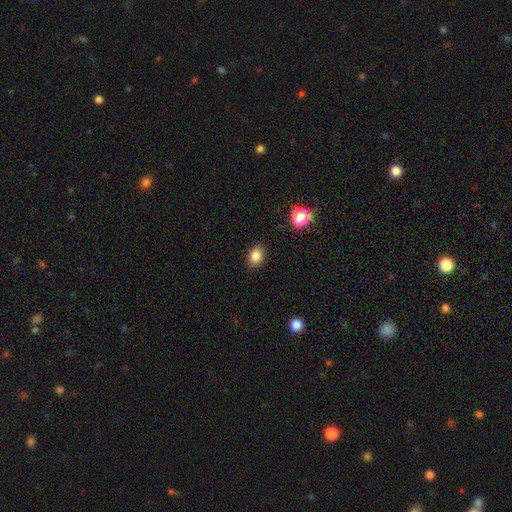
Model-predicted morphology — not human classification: smooth 84%, star or artifact 11%, featured or disk 6%. Down the decision tree: how rounded — in between (70%); merging — none (87%).